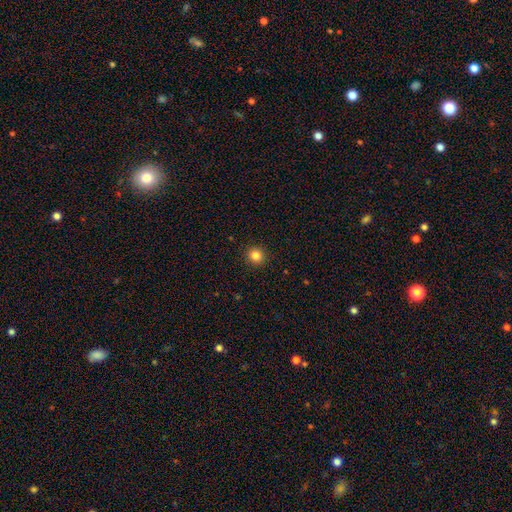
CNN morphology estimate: A smooth galaxy with no disk features (84%) that is round (91%). Merging: none (92%).